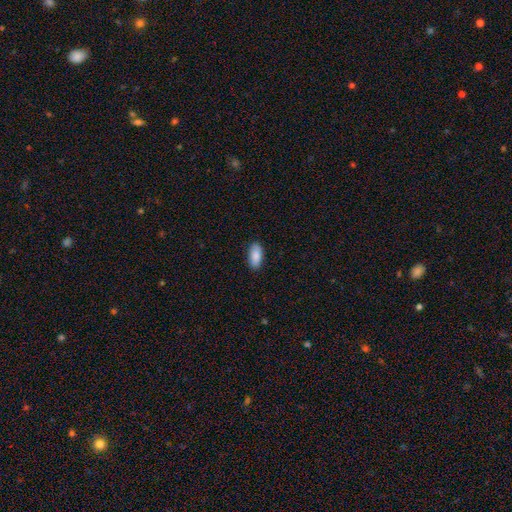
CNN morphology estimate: type=smooth (88%); roundness=in between (89%); merging=none (88%).